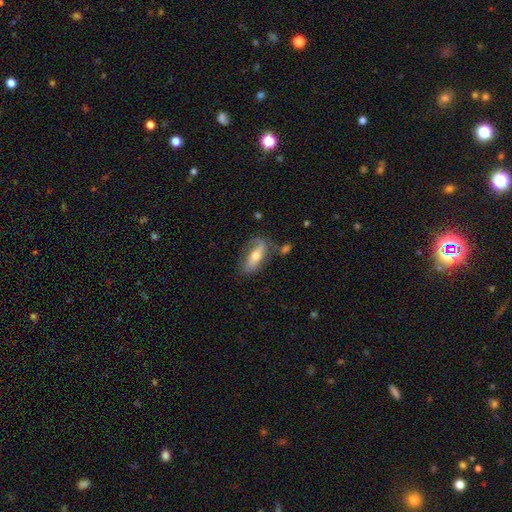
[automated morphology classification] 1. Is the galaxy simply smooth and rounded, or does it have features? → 50% featured or disk, 43% smooth, 7% star or artifact.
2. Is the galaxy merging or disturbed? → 57% none, 25% minor disturbance, 12% major disturbance, 6% merger.